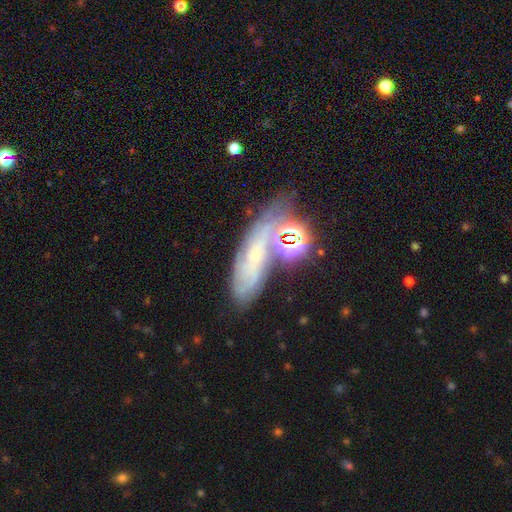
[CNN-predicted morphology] type=featured or disk (53%); edge-on=no (81%); merging=none (55%).